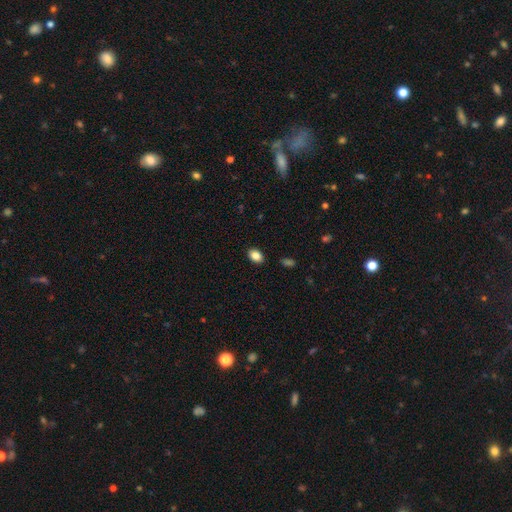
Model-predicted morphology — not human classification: This appears to be a smooth galaxy with no disk features (87%) that is in between round and cigar-shaped (80%). Merging: none (88%).